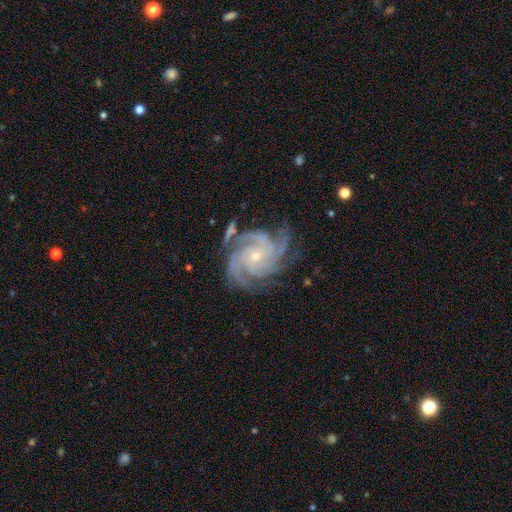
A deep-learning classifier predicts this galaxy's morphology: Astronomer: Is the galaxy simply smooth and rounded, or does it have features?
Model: featured or disk — 92%.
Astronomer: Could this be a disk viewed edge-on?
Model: no — 98%.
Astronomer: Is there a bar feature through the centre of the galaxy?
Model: no — 72%.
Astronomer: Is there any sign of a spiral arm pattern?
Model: yes — 99%.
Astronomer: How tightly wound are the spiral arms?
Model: tight — 68%.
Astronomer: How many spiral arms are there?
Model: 4 — 47% (runner-up: 3, 22%).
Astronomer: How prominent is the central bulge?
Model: small — 73%.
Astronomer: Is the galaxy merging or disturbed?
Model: none — 73%.